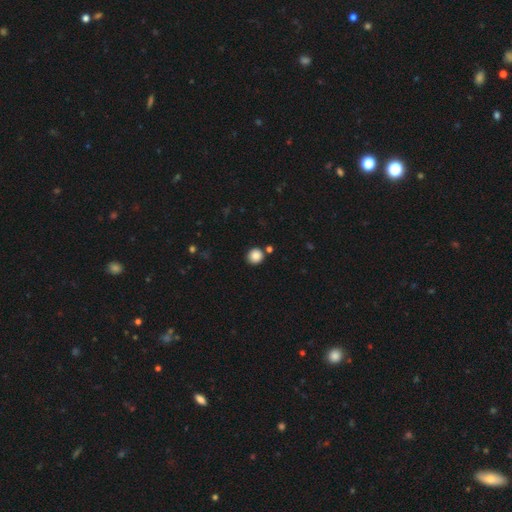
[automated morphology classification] smooth 87%, star or artifact 9%, featured or disk 4%. Down the decision tree: how rounded — round (92%); merging — none (84%).